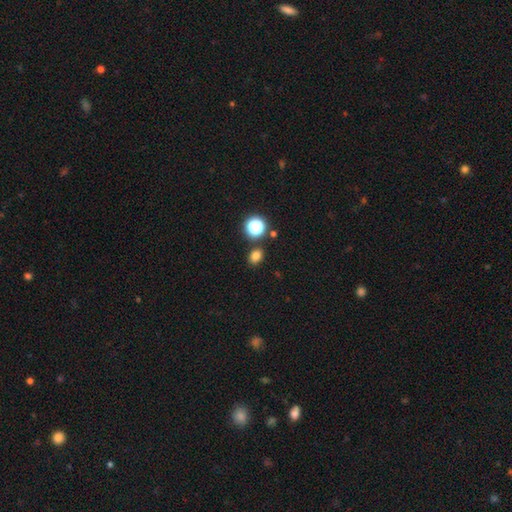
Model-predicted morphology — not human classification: This is likely a smooth galaxy (78%). How rounded: possibly in between (50%). Merging: clearly none (83%).